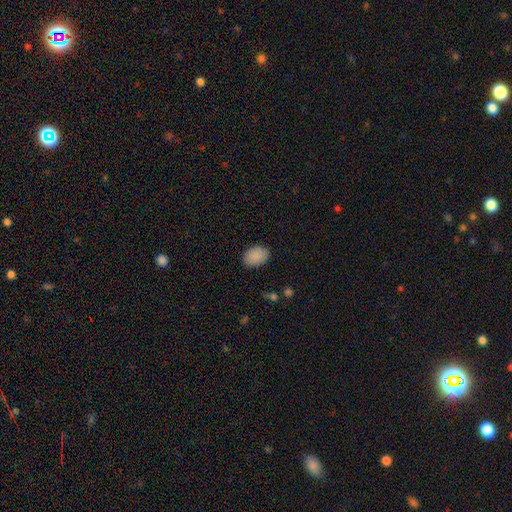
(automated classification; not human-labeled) smooth_or_featured: smooth (p=0.89) [alt: star or artifact p=0.08]
how_rounded: in between (p=0.78) [alt: round p=0.21]
merging: none (p=0.85) [alt: minor disturbance p=0.11]